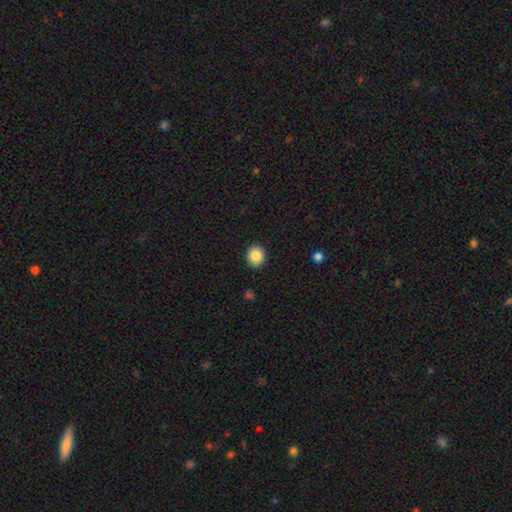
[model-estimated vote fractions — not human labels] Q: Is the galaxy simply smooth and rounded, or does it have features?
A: smooth — 86%.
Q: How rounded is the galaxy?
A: round — 71%.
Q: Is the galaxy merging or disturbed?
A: none — 91%.